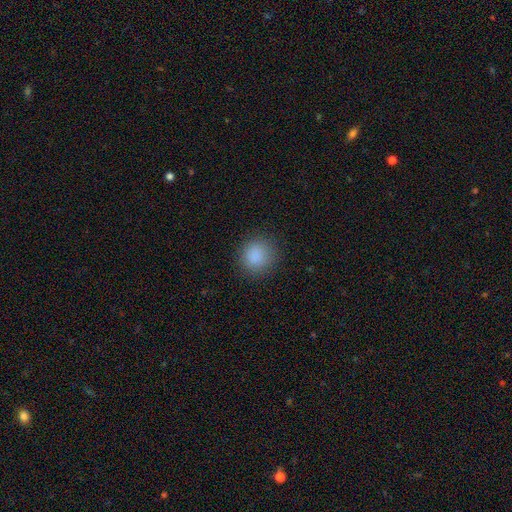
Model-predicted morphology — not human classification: smooth-or-featured: smooth: 86% | star or artifact: 10% | featured or disk: 4%
  how-rounded: round: 83% | in between: 16% | cigar-shaped: 1%
  merging: none: 87% | minor disturbance: 9% | major disturbance: 3% | merger: 1%